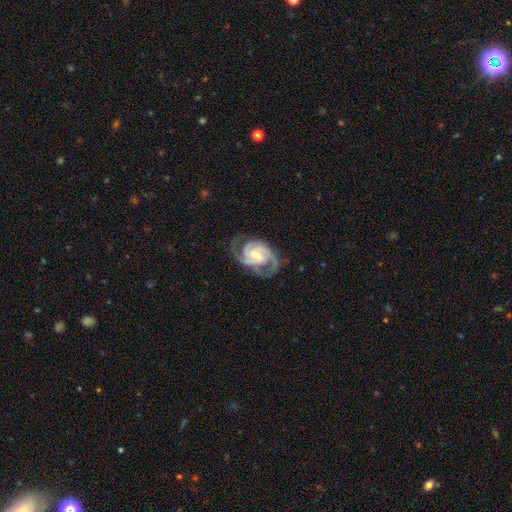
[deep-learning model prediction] The model was most divided on "spiral winding": tight: 47%, medium: 46%, loose: 7%. Remaining: spiral arms — yes (98%); edge-on disk — no (98%); smooth or featured — featured or disk (91%); merging — none (71%); spiral arm count — 2 (61%); bar — weak (48%); bulge size — small (47%).